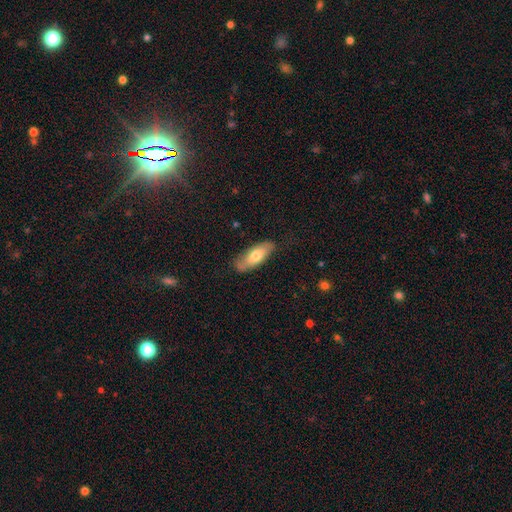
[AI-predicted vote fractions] Smooth or featured? Predicted: smooth (p=0.68). How rounded? Predicted: in between (p=0.71). Merging? Predicted: none (p=0.77).